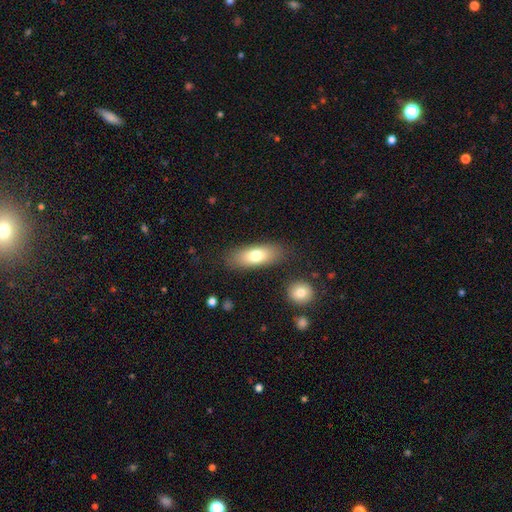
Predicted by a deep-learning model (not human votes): Smooth or featured? Predicted: smooth (p=0.73). How rounded? Predicted: in between (p=0.75). Merging? Predicted: none (p=0.82).